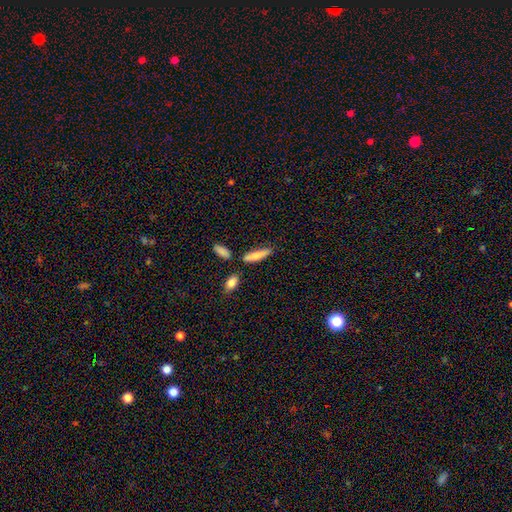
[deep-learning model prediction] Smooth or featured?
  - smooth: 77% *
  - featured or disk: 16%
  - star or artifact: 6%
How rounded?
  - cigar-shaped: 74% *
  - in between: 24%
  - round: 2%
Merging?
  - none: 73% *
  - minor disturbance: 13%
  - merger: 11%
  - major disturbance: 3%